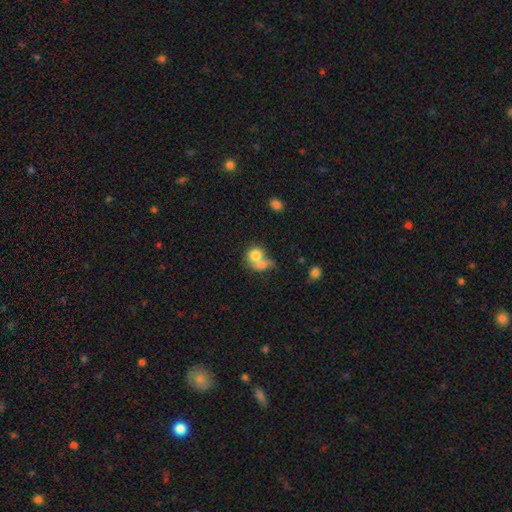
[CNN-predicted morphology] type=smooth (77%); roundness=round (67%); merging=merger (63%).